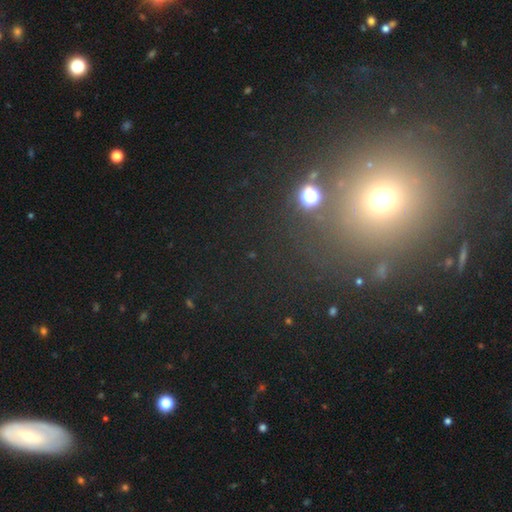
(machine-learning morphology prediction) This is possibly a star or artifact rather than a galaxy (46%).